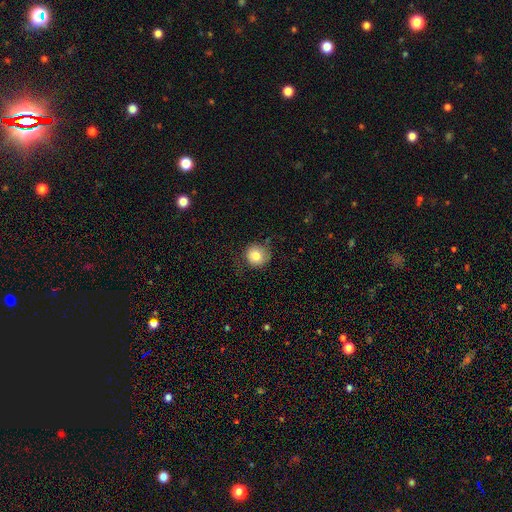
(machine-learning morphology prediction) Overall: smooth (78%). How rounded: round (89%). Merging: none (67%).